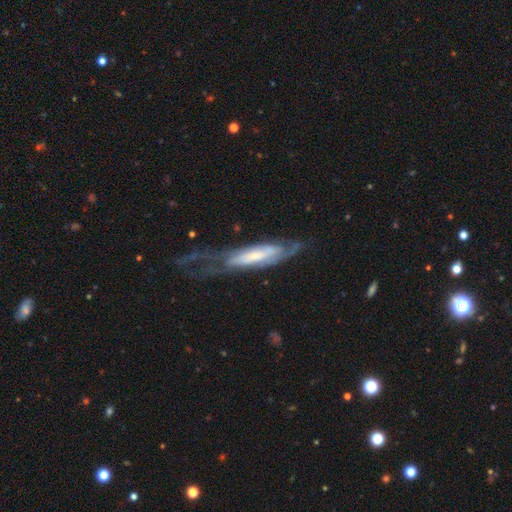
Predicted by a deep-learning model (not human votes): Morphology: type=featured or disk (70%); edge-on=no (64%); merging=none (42%).